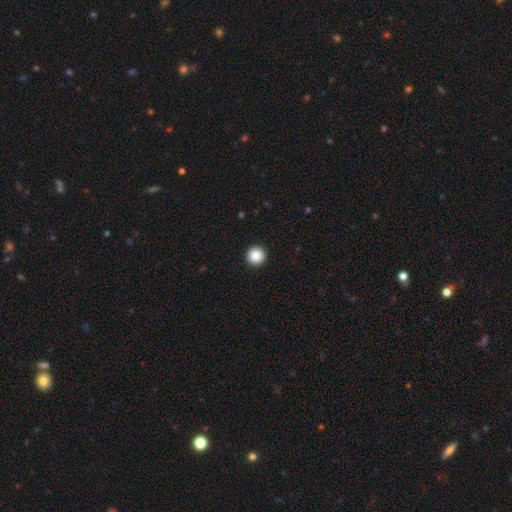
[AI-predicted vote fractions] This is clearly a smooth galaxy (86%). How rounded: clearly round (96%). Merging: clearly none (94%).